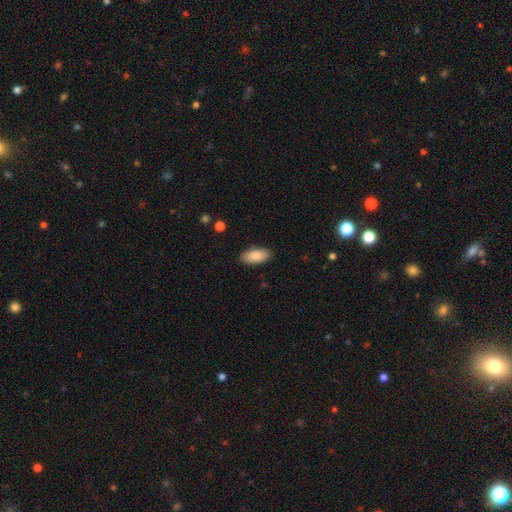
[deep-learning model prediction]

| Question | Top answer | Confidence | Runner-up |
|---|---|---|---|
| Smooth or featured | smooth | 87% | featured or disk (7%) |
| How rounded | in between | 90% | cigar-shaped (8%) |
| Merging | none | 88% | minor disturbance (9%) |